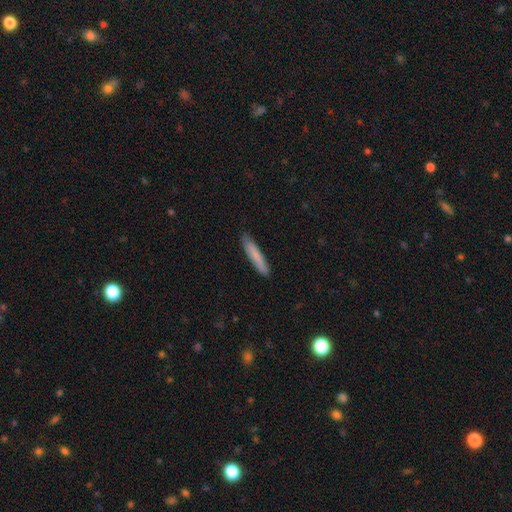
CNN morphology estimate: Overall: smooth (79%). How rounded: cigar-shaped (92%). Merging: none (88%).